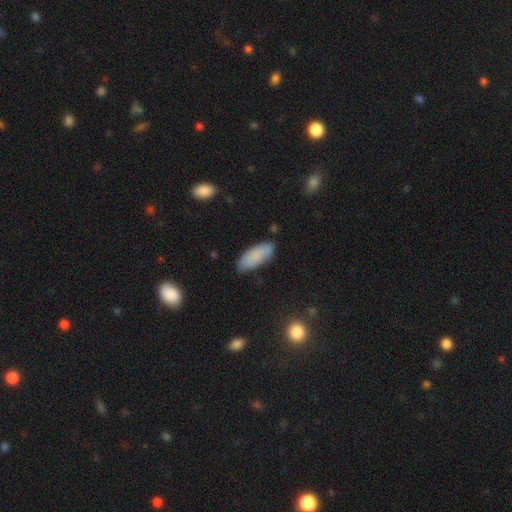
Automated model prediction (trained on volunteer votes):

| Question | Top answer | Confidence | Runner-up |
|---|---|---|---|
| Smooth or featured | smooth | 84% | featured or disk (9%) |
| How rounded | in between | 77% | cigar-shaped (21%) |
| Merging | none | 76% | minor disturbance (18%) |